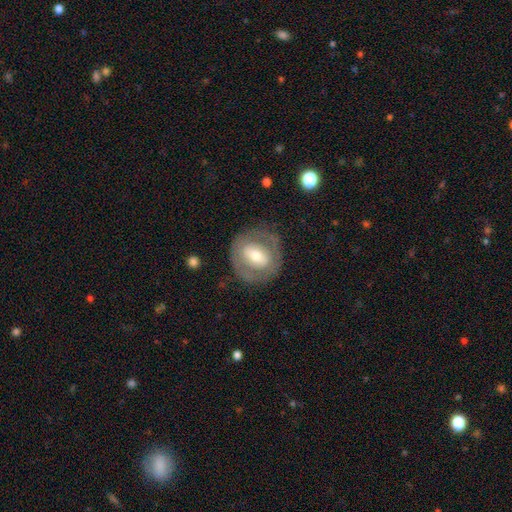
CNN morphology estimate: This appears to be a featured or disk galaxy (54%) with no bar (40%), no spiral arms (73%) and a moderate central bulge (59%). Merging: none (78%).